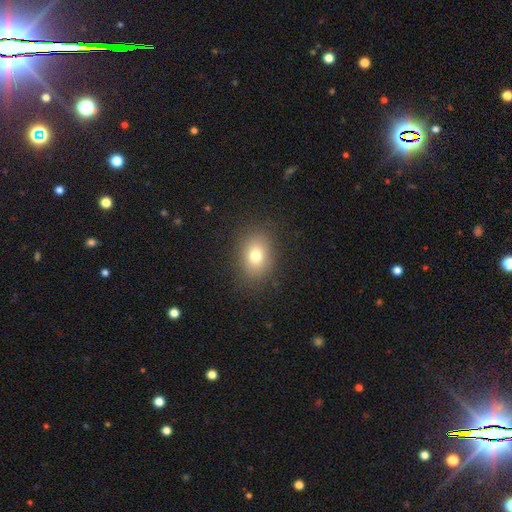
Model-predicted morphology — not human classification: This appears to be a smooth galaxy with no disk features (76%) that is in between round and cigar-shaped (58%). Merging: none (87%).